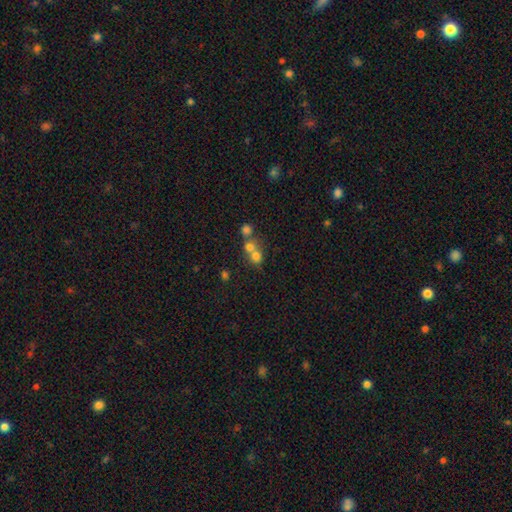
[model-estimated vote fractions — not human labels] This appears to be a smooth galaxy with no disk features (70%) that is round (81%). Merging: merger (56%).